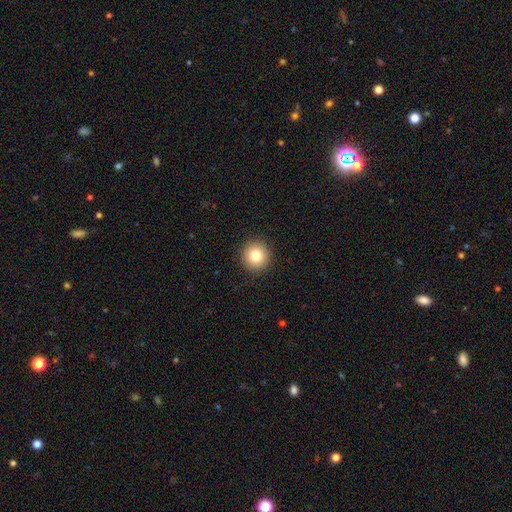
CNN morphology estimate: This appears to be a smooth galaxy with no disk features (82%) that is round (94%). Merging: none (92%).